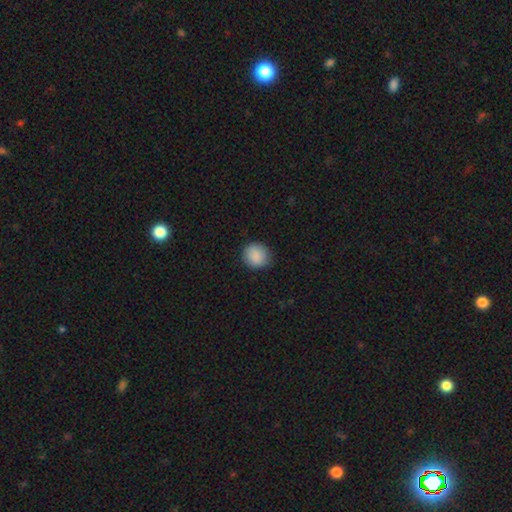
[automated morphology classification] Overall: smooth (89%). How rounded: round (84%). Merging: none (86%).